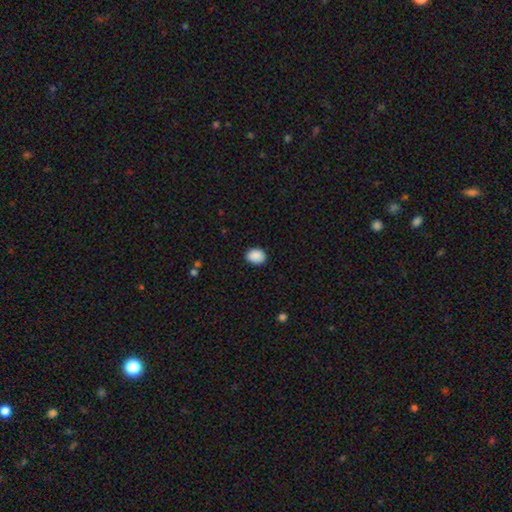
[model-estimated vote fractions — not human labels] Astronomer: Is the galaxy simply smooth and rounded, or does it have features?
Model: smooth — 90%.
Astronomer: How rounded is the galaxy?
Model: in between — 60% (runner-up: round, 39%).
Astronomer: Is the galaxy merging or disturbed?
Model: none — 87%.